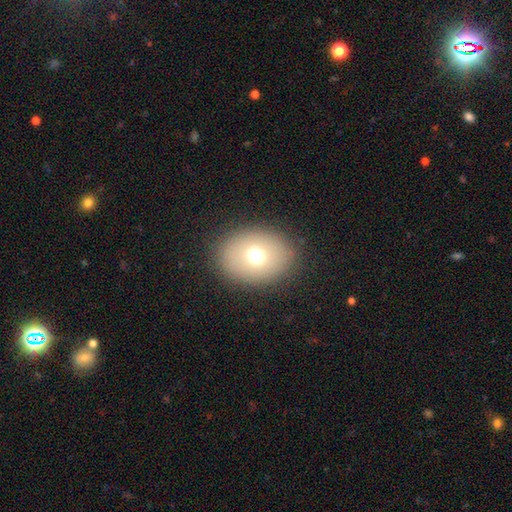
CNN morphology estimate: smooth_or_featured: smooth (p=0.67) [alt: featured or disk p=0.18]
how_rounded: in between (p=0.51) [alt: round p=0.48]
merging: none (p=0.87) [alt: minor disturbance p=0.08]